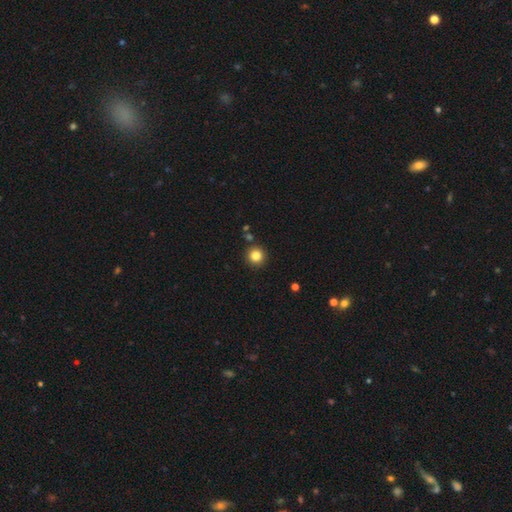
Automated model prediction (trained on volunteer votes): smooth-or-featured: smooth: 83% | star or artifact: 12% | featured or disk: 5%
  how-rounded: round: 95% | in between: 4% | cigar-shaped: 1%
  merging: none: 89% | minor disturbance: 6% | merger: 3% | major disturbance: 2%